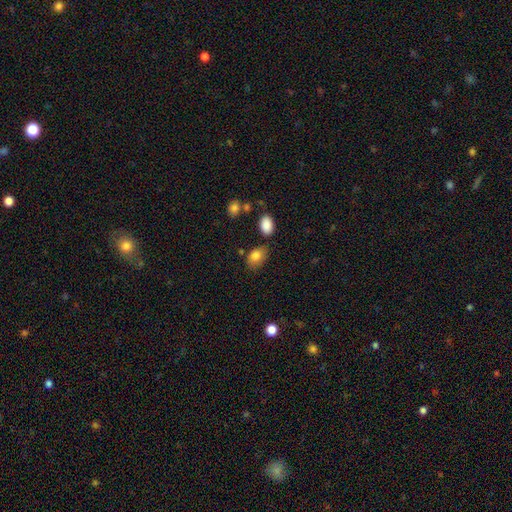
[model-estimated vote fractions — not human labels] Smooth or featured: smooth — 84% (star or artifact — 9%)
How rounded: in between — 83% (round — 16%)
Merging: none — 68% (minor disturbance — 20%)